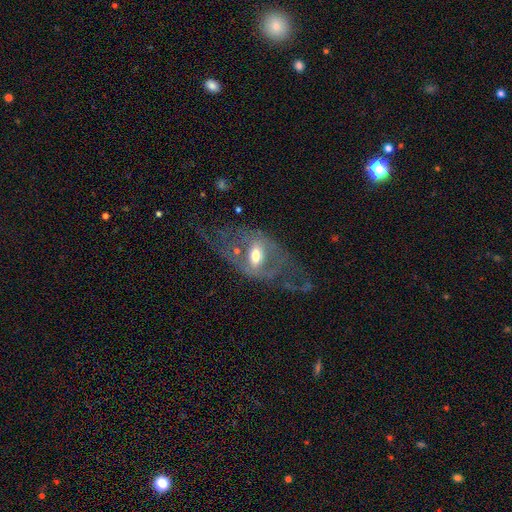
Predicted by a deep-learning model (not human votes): Smooth or featured? featured or disk (70%)
Edge-on disk? no (88%)
Bar? weak (37%)
Spiral arms? yes (51%)
Bulge size? moderate (67%)
Merging? none (41%)